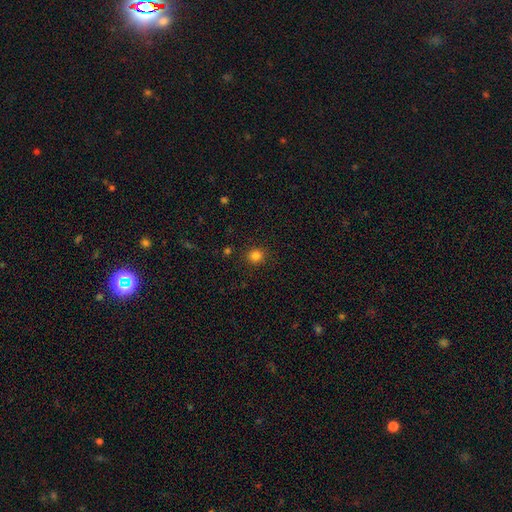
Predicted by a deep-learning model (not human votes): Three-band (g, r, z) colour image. It shows a smooth galaxy with no disk features (82%) that is round (89%). Merging: none (90%).